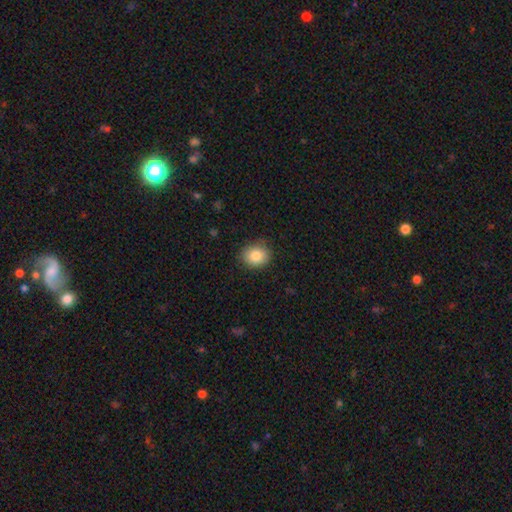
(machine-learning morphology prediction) smooth-or-featured: smooth: 86% | star or artifact: 8% | featured or disk: 6%
  how-rounded: round: 62% | in between: 37% | cigar-shaped: 1%
  merging: none: 84% | minor disturbance: 12% | major disturbance: 3% | merger: 1%